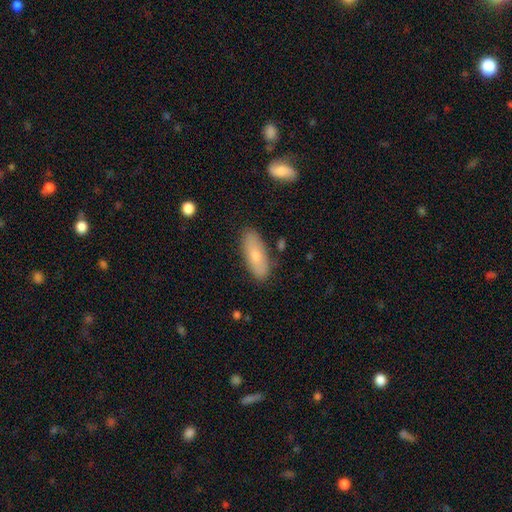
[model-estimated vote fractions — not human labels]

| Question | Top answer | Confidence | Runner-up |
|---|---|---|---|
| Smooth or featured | smooth | 70% | featured or disk (23%) |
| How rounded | in between | 76% | cigar-shaped (22%) |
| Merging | none | 83% | minor disturbance (12%) |